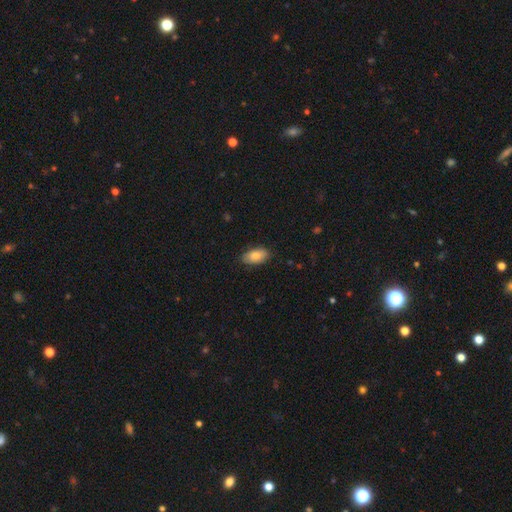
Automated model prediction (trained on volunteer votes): Smooth or featured? smooth (83%)
How rounded? in between (93%)
Merging? none (83%)